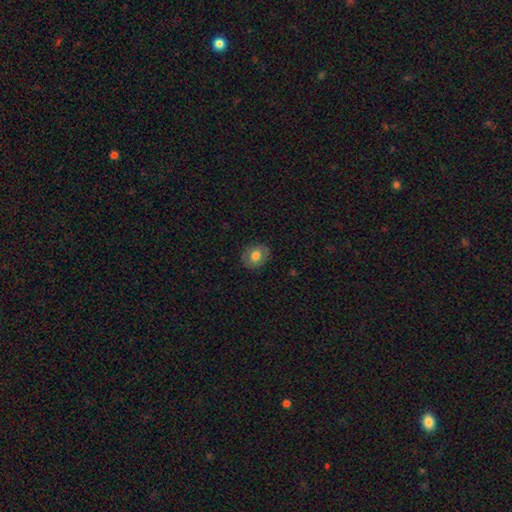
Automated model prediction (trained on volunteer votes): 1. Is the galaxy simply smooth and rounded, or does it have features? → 74% smooth, 18% featured or disk, 8% star or artifact.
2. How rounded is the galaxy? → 50% in between, 49% round, 1% cigar-shaped.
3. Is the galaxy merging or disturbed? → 85% none, 11% minor disturbance, 3% major disturbance, 1% merger.